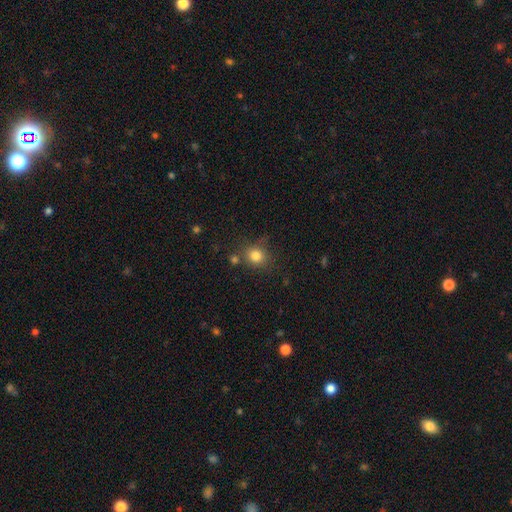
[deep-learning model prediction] Smooth or featured? smooth (81%)
How rounded? round (80%)
Merging? none (70%)